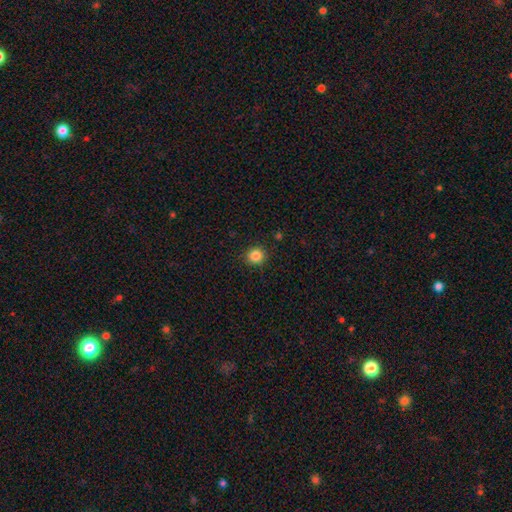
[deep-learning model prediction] Smooth or featured? smooth (85%)
How rounded? round (90%)
Merging? none (90%)